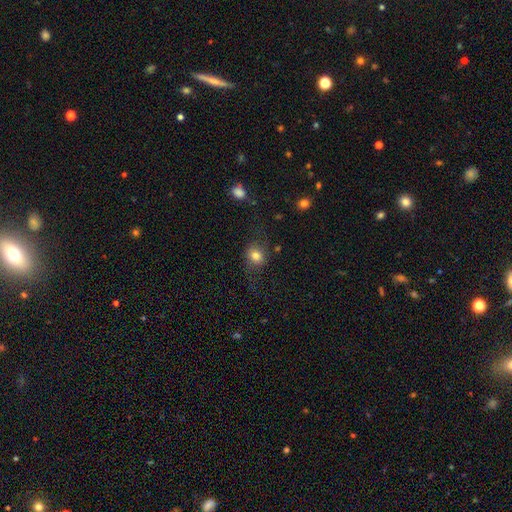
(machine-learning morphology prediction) Smooth or featured? smooth (77%)
How rounded? round (69%)
Merging? none (68%)